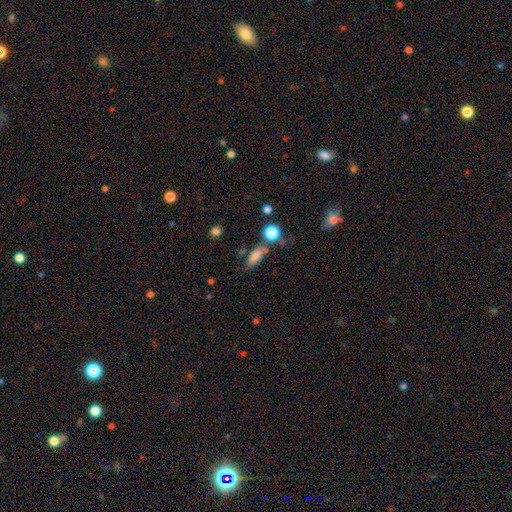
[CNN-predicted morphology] Smooth or featured? smooth (76%)
How rounded? in between (66%)
Merging? none (56%)